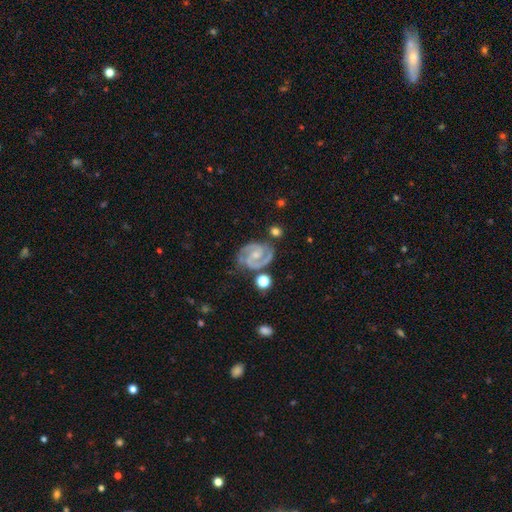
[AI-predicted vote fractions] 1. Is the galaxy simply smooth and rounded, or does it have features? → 92% featured or disk, 4% star or artifact, 4% smooth.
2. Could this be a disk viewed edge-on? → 98% no, 2% yes.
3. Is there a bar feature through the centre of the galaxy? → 44% no, 41% weak, 15% strong.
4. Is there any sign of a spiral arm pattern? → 98% yes, 2% no.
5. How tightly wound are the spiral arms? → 48% tight, 46% medium, 6% loose.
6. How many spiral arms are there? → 92% 2, 3% 3, 2% can't tell, 1% 1, 1% 4, 1% more than 4.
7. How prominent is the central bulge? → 57% small, 34% moderate, 7% none, 2% large, 1% dominant.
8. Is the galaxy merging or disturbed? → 74% none, 17% minor disturbance, 5% major disturbance, 4% merger.